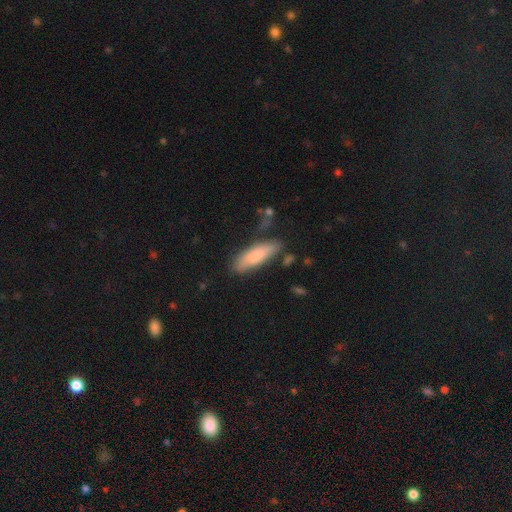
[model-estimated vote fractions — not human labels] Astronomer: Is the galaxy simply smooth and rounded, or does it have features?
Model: smooth — 79%.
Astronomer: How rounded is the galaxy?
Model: cigar-shaped — 52% (runner-up: in between, 46%).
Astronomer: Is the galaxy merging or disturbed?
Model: none — 71%.